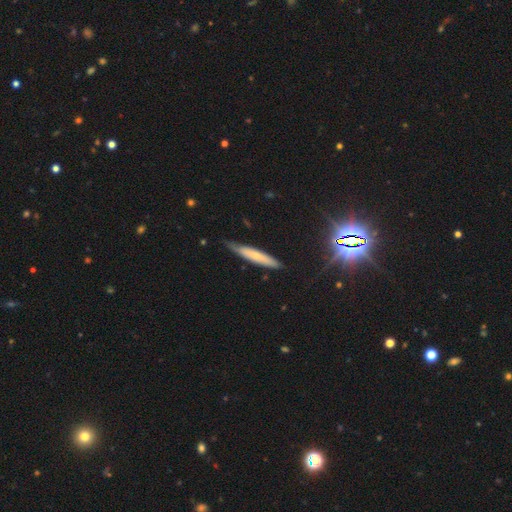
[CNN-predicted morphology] A smooth galaxy with no disk features (55%) that is cigar-shaped (90%). Merging: none (71%).